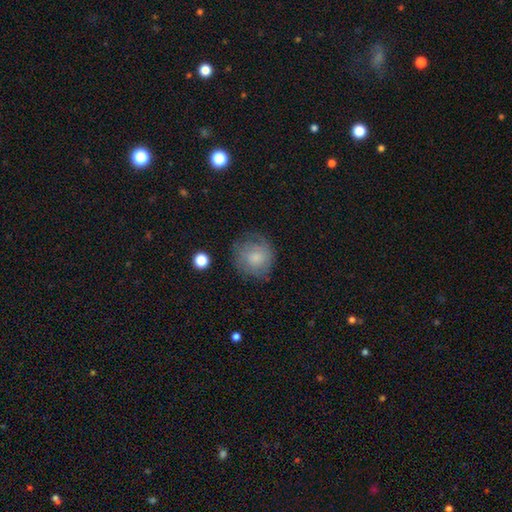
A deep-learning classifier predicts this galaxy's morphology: Overall: smooth (65%; featured or disk 26%). How rounded: round (87%). Merging: none (69%).